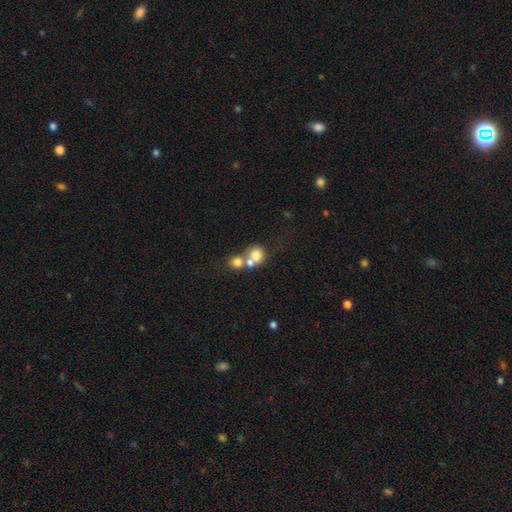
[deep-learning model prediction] A smooth galaxy with no disk features (70%) that is round (72%). Merging: merger (61%).